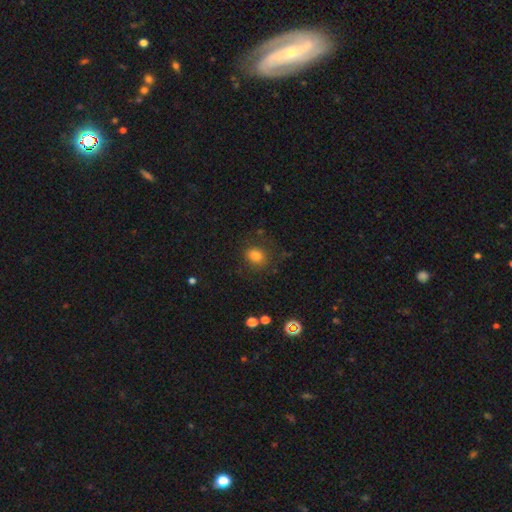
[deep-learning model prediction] Morphology: type=smooth (79%); roundness=round (58%); merging=none (76%).